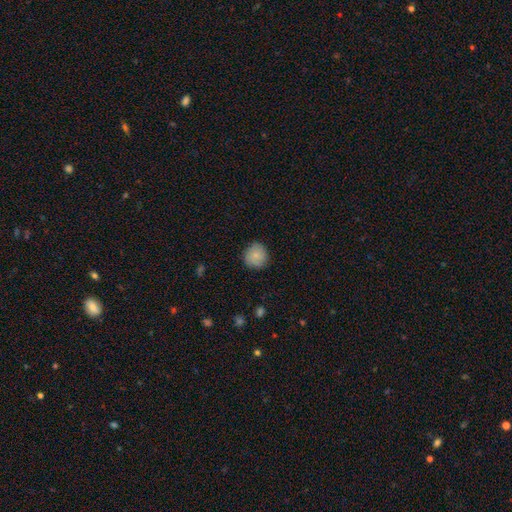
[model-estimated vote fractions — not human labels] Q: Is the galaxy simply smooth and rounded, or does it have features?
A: smooth — 81%.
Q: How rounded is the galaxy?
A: round — 90%.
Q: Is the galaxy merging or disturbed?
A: none — 81%.